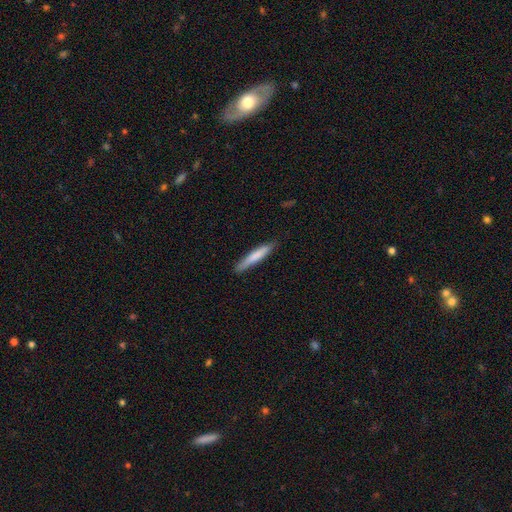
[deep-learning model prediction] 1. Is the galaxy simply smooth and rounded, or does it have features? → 73% smooth, 22% featured or disk, 5% star or artifact.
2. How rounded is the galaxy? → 93% cigar-shaped, 6% in between, 1% round.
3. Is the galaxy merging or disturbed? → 85% none, 12% minor disturbance, 2% major disturbance, 1% merger.